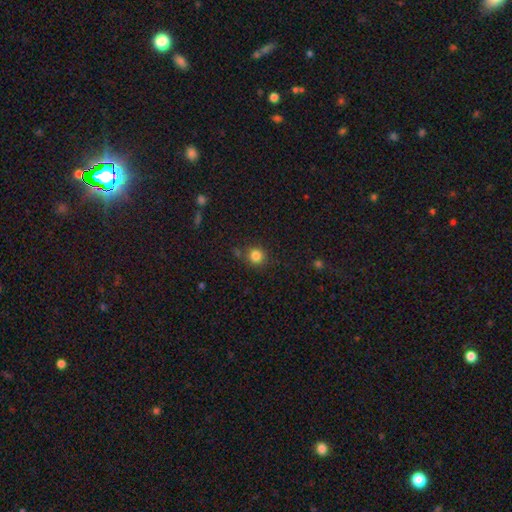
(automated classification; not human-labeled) Overall: smooth (84%). How rounded: round (90%). Merging: none (80%).